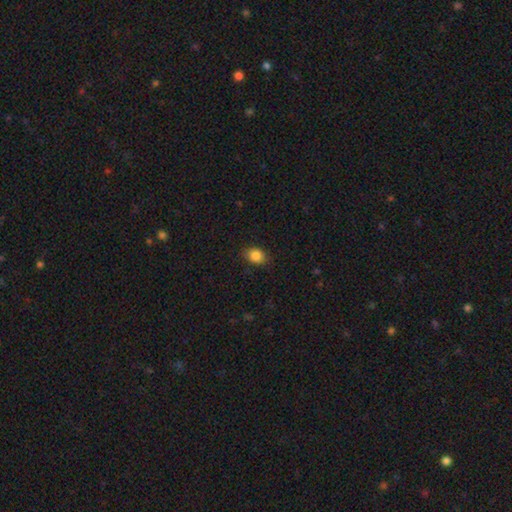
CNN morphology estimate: type=smooth (86%); roundness=in between (56%); merging=none (83%).